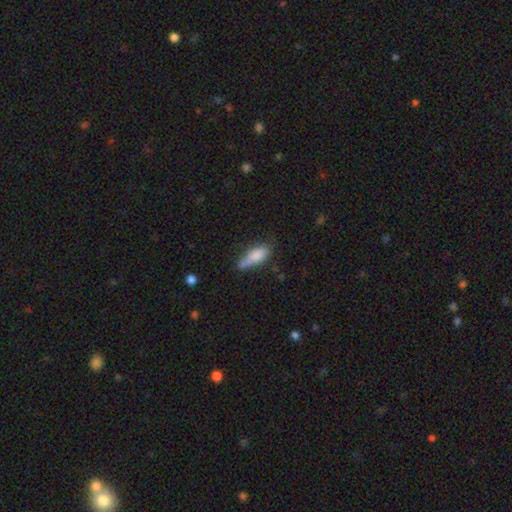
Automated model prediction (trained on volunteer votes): This appears to be a smooth galaxy with no disk features (78%) that is in between round and cigar-shaped (53%). Merging: none (48%).